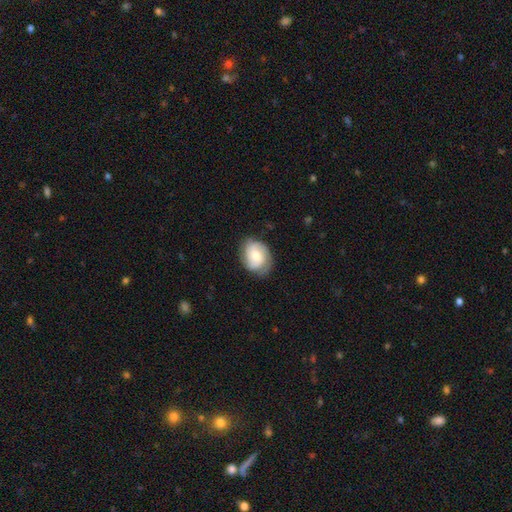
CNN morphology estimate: smooth-or-featured: smooth: 50% | featured or disk: 43% | star or artifact: 7%
  how-rounded: in between: 56% | round: 43% | cigar-shaped: 1%
  merging: none: 71% | minor disturbance: 22% | major disturbance: 6% | merger: 1%